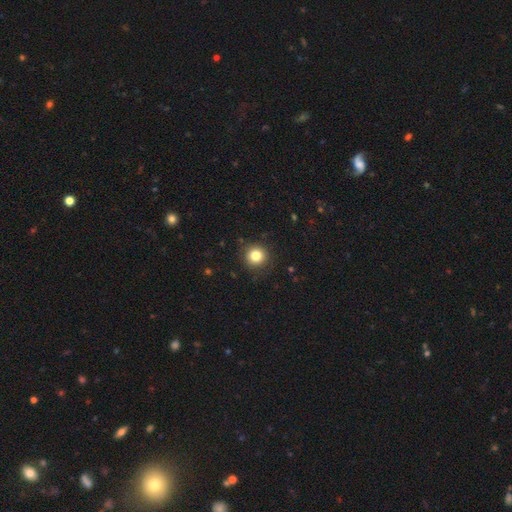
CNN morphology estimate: smooth 81%, star or artifact 12%, featured or disk 7%. Down the decision tree: how rounded — round (94%); merging — none (89%).